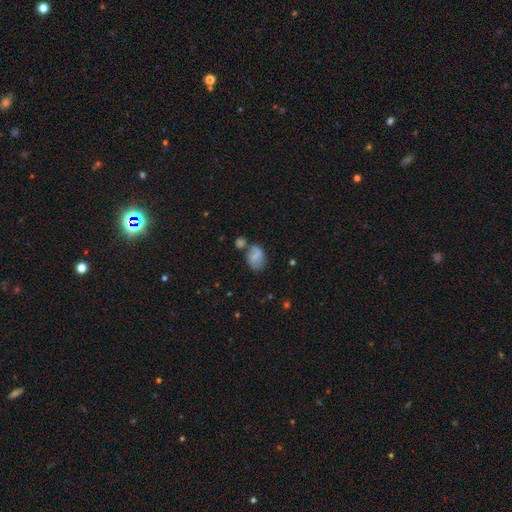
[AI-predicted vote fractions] This appears to be a smooth galaxy with no disk features (69%) that is in between round and cigar-shaped (77%). Merging: none (45%).